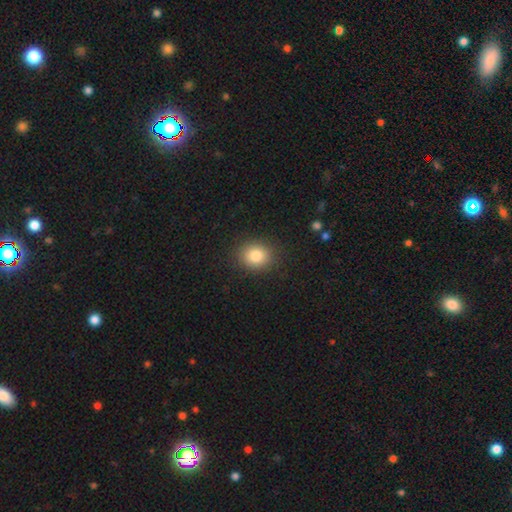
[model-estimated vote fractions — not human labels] Smooth or featured?
  - smooth: 83% *
  - star or artifact: 10%
  - featured or disk: 7%
How rounded?
  - round: 67% *
  - in between: 32%
  - cigar-shaped: 1%
Merging?
  - none: 89% *
  - minor disturbance: 8%
  - major disturbance: 3%
  - merger: 1%